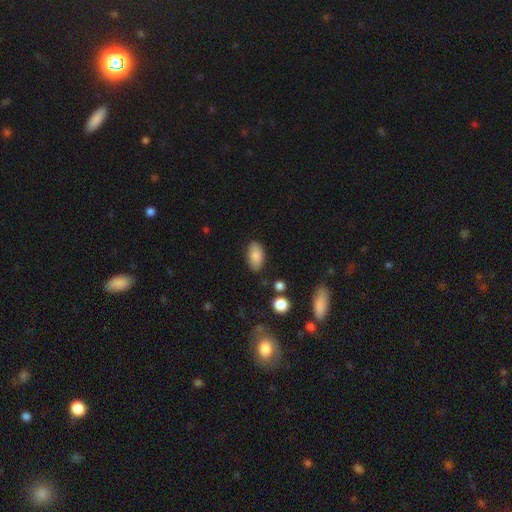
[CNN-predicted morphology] The model was most divided on "merging": none: 83%, minor disturbance: 12%, major disturbance: 3%, merger: 2%. More confident: how rounded — in between (93%); smooth or featured — smooth (84%).